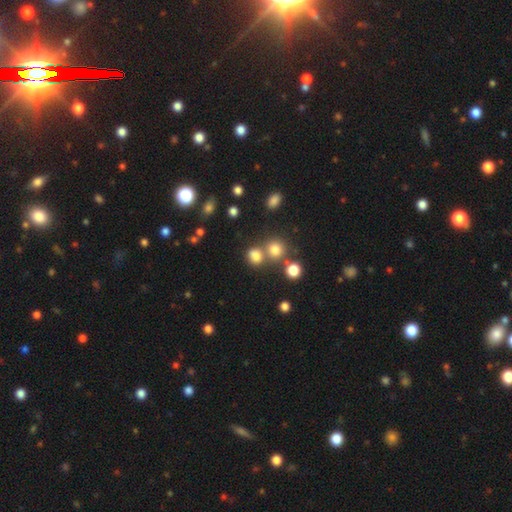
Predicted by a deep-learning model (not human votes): Smooth or featured?
  - smooth: 77% *
  - star or artifact: 16%
  - featured or disk: 7%
How rounded?
  - round: 63% *
  - in between: 35%
  - cigar-shaped: 1%
Merging?
  - none: 54% *
  - merger: 30%
  - minor disturbance: 11%
  - major disturbance: 5%